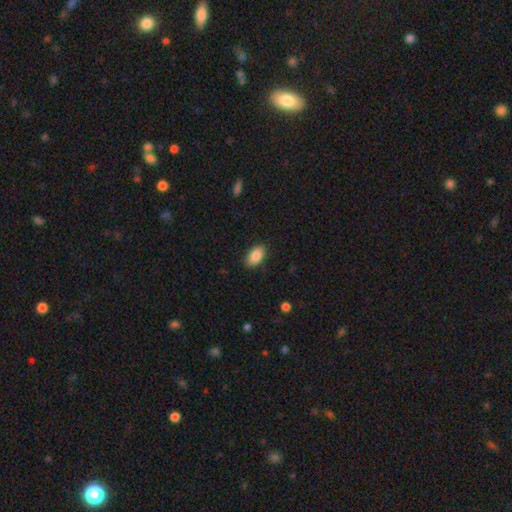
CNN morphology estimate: This is clearly a smooth galaxy (88%). How rounded: clearly in between (92%). Merging: clearly none (87%).